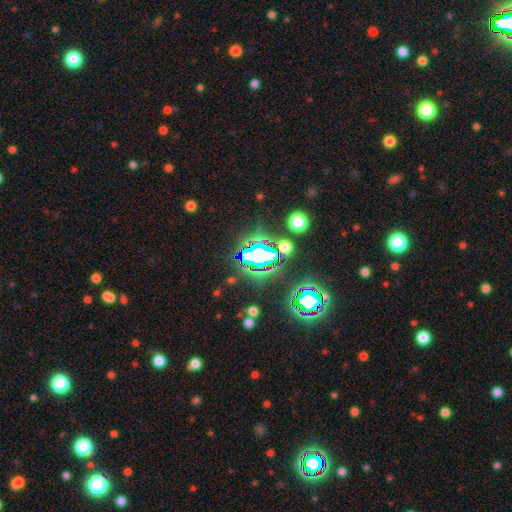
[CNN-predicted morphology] The model was most divided on "smooth or featured": star or artifact: 78%, smooth: 13%, featured or disk: 9%.